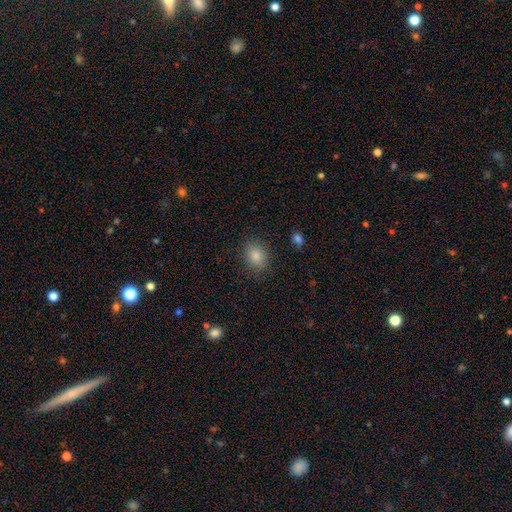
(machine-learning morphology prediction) Smooth or featured: smooth — 82% (star or artifact — 11%)
How rounded: round — 51% (in between — 48%)
Merging: none — 87% (minor disturbance — 9%)